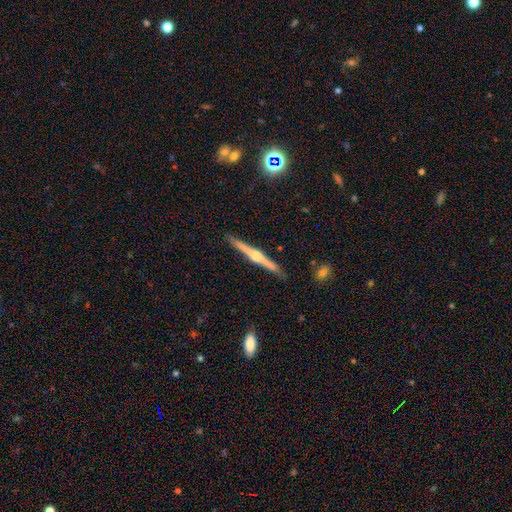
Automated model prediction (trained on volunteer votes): Morphology: type=featured or disk (78%); edge-on=yes (98%); edge-on bulge=rounded (88%); merging=none (91%).